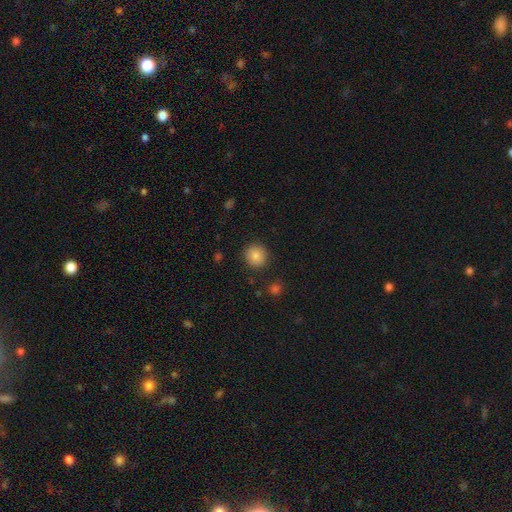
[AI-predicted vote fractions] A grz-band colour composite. It shows a smooth galaxy with no disk features (84%) that is round (90%). Merging: none (88%).